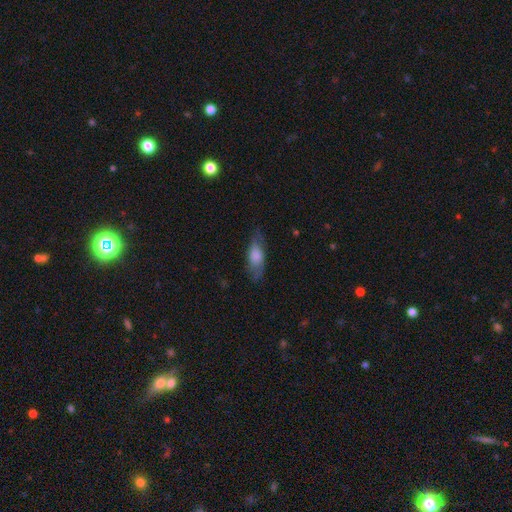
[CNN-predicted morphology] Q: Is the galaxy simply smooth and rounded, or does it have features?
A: smooth — 68%.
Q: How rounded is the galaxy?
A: in between — 70%.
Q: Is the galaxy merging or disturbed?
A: none — 68%.